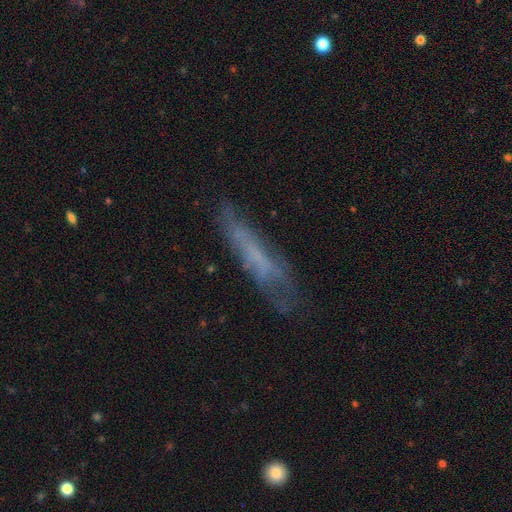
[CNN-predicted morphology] Smooth or featured: smooth — 46% (featured or disk — 43%)
Merging: none — 62% (minor disturbance — 25%)